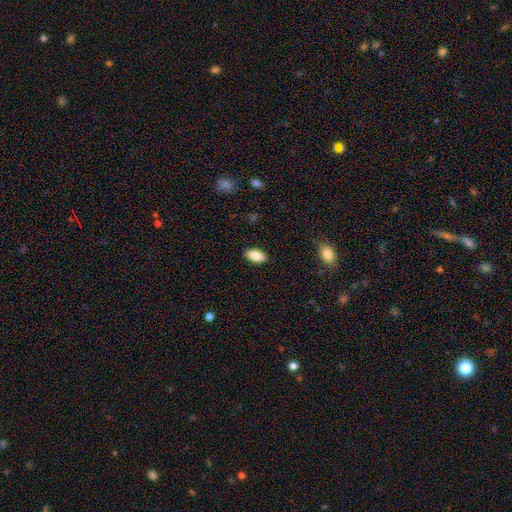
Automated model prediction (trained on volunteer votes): Smooth or featured?
  - smooth: 85% *
  - featured or disk: 8%
  - star or artifact: 7%
How rounded?
  - in between: 92% *
  - cigar-shaped: 6%
  - round: 3%
Merging?
  - none: 89% *
  - minor disturbance: 8%
  - major disturbance: 2%
  - merger: 1%